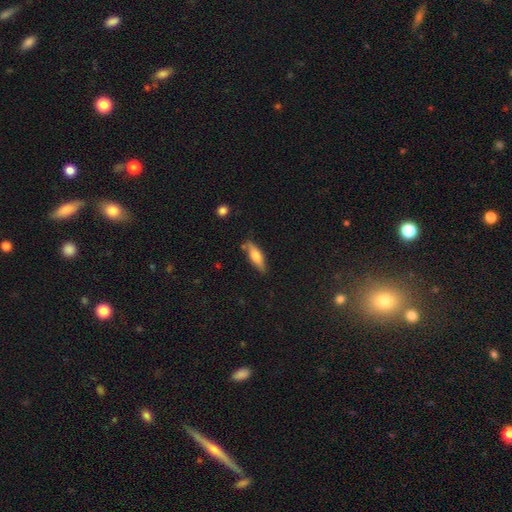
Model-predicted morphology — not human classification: Smooth or featured? Predicted: smooth (p=0.59). How rounded? Predicted: cigar-shaped (p=0.53). Merging? Predicted: none (p=0.78).